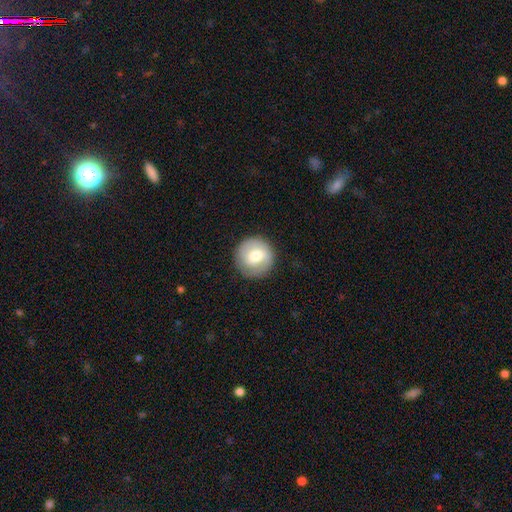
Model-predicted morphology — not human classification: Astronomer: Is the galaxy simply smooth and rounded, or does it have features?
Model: smooth — 64%.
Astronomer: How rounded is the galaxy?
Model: round — 95%.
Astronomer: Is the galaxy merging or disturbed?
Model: none — 88%.